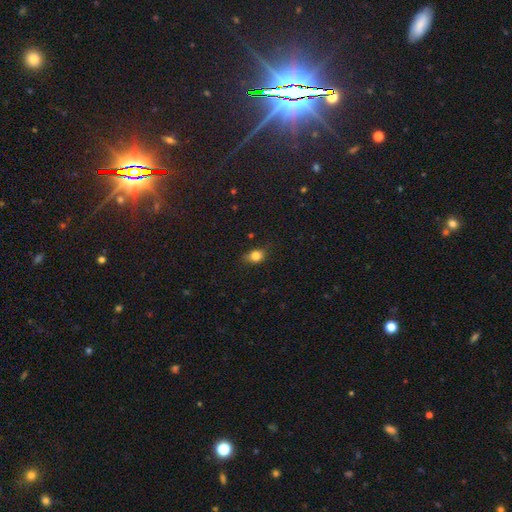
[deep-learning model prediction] The model was most divided on "how rounded": in between: 55%, round: 43%, cigar-shaped: 2%. More confident: smooth or featured — smooth (82%); merging — none (71%).